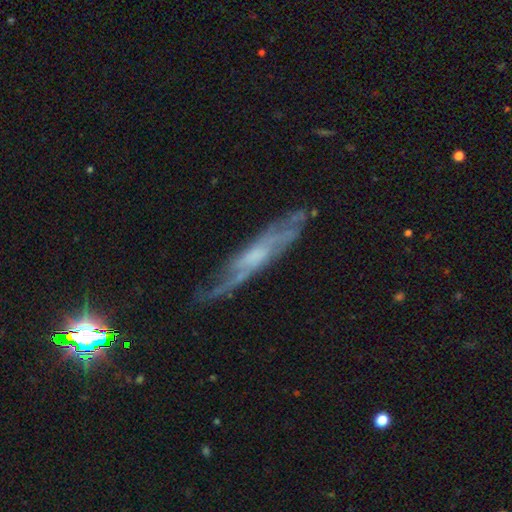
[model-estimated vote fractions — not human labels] Smooth or featured: featured or disk — 70% (smooth — 22%)
Edge-on disk: yes — 53% (no — 47%)
Merging: none — 62% (minor disturbance — 25%)